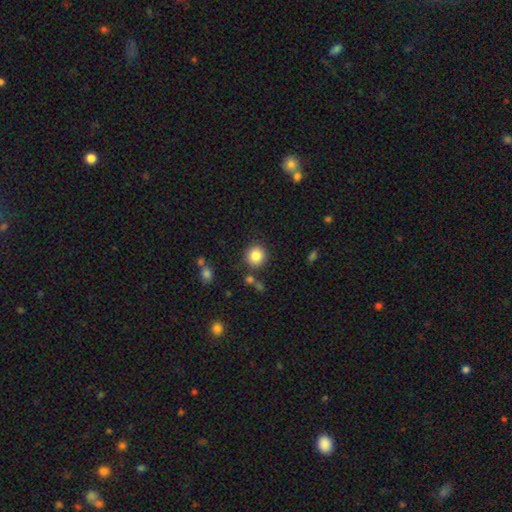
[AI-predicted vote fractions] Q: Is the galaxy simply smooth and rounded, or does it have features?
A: smooth — 84%.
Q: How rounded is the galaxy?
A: round — 92%.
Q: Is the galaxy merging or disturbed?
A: none — 85%.